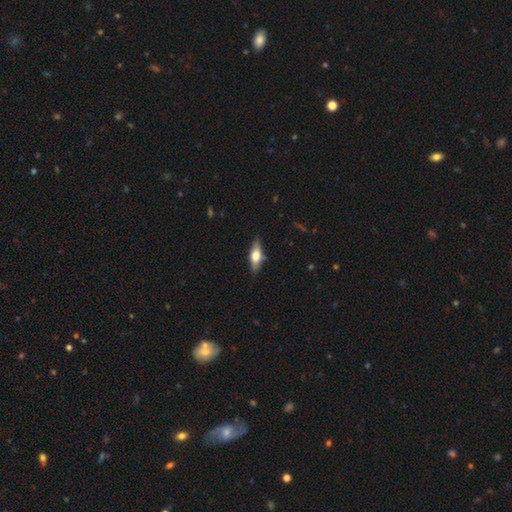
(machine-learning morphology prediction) Smooth or featured?
  - featured or disk: 47% * (tied)
  - smooth: 47% * (tied)
  - star or artifact: 6%
Merging?
  - none: 82% *
  - minor disturbance: 14%
  - major disturbance: 3%
  - merger: 1%